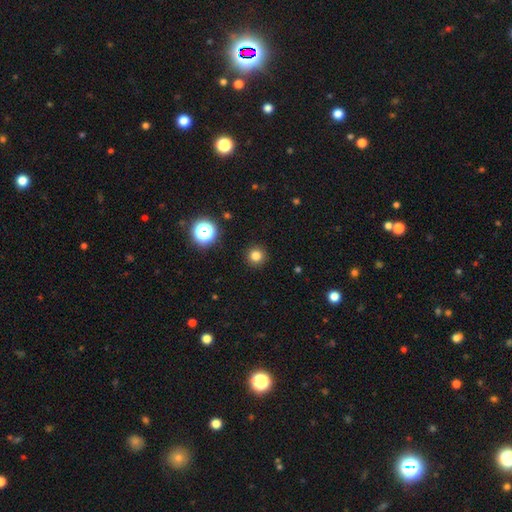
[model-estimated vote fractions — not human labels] A smooth galaxy with no disk features (80%) that is round (96%). Merging: none (93%).